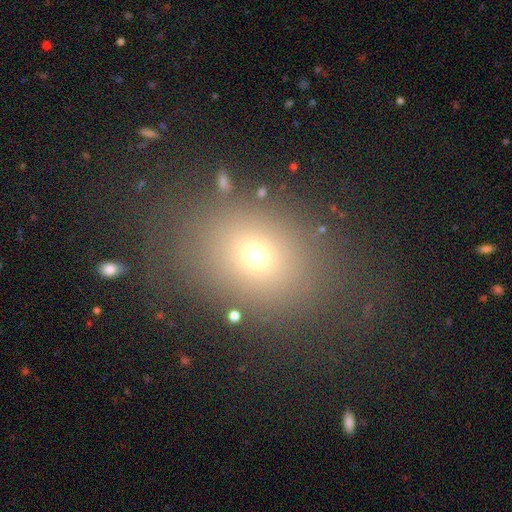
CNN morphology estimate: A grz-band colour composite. It shows a smooth galaxy with no disk features (65%) that is in between round and cigar-shaped (52%). Merging: none (75%).